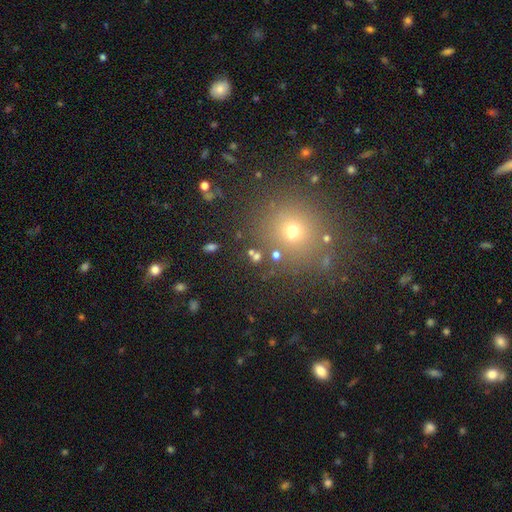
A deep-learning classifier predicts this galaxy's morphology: Smooth or featured: smooth — 60% (star or artifact — 30%)
How rounded: round — 77% (in between — 21%)
Merging: none — 78% (minor disturbance — 9%)